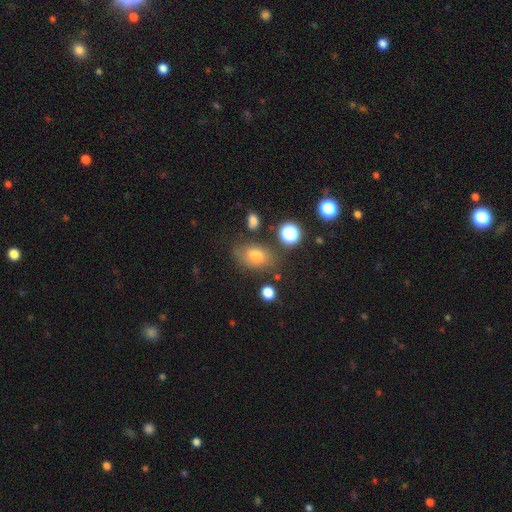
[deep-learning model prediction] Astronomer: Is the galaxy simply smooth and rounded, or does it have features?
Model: smooth — 69%.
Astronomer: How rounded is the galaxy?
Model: in between — 82%.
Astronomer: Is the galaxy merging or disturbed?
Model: none — 67%.